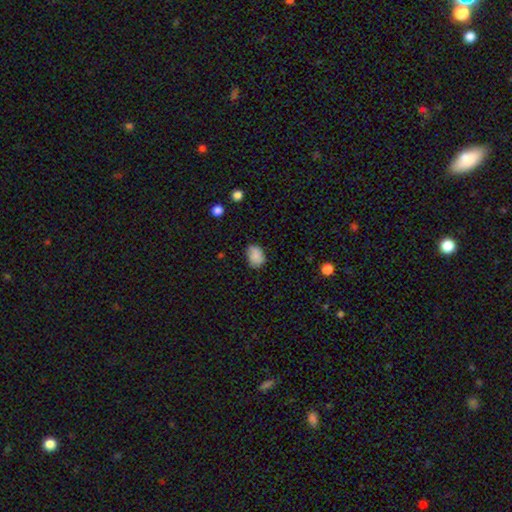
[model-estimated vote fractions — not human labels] This appears to be a smooth galaxy with no disk features (86%) that is in between round and cigar-shaped (71%). Merging: none (72%).